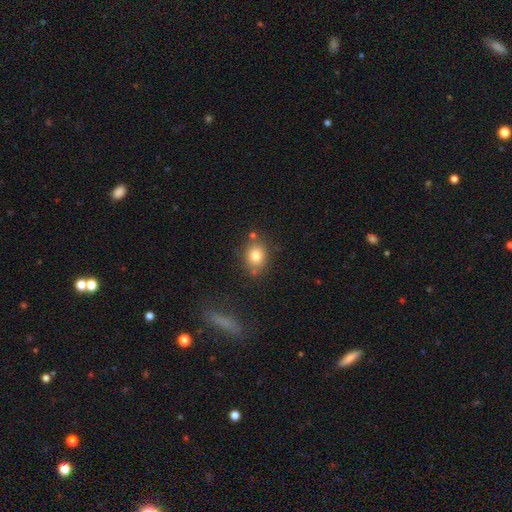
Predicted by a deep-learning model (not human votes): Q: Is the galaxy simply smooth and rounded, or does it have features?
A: smooth — 80%.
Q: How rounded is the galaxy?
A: round — 59%.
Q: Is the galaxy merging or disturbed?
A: none — 74%.